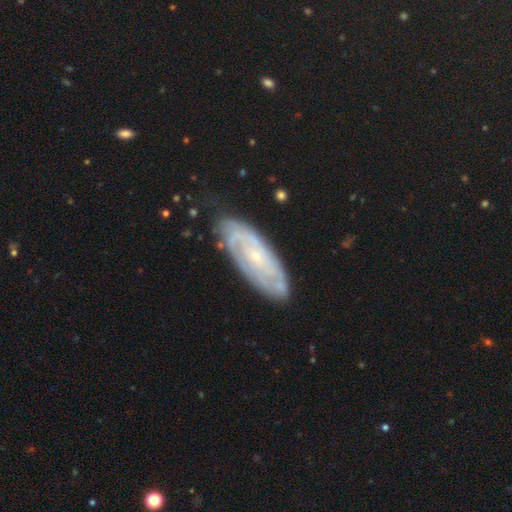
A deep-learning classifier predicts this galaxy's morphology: This is likely a featured or disk galaxy (78%). It is clearly not viewed edge-on (89%). Bar: likely no (76%). Spiral arm pattern: clearly yes (88%). Spiral arm count: possibly can't tell (54%). Spiral winding: likely tight (72%). Central bulge: clearly small (83%). Merging: likely none (77%).